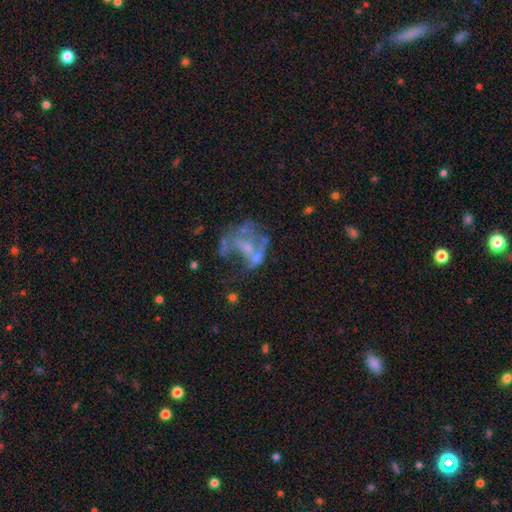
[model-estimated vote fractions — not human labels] This appears to be a featured or disk galaxy (63%) with no bar (76%), no spiral arms (81%) and no central bulge (59%). Merging: major disturbance (36%).